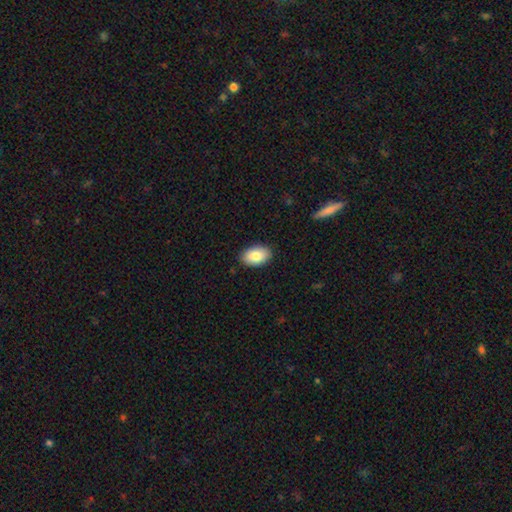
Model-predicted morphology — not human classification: smooth-or-featured: smooth: 84% | featured or disk: 9% | star or artifact: 7%
  how-rounded: in between: 91% | round: 8% | cigar-shaped: 1%
  merging: none: 89% | minor disturbance: 8% | major disturbance: 2% | merger: 1%